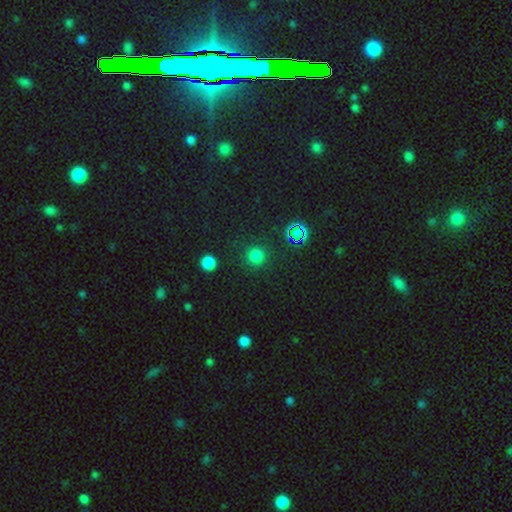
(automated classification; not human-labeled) Morphology: type=smooth (72%); roundness=round (94%); merging=none (87%).